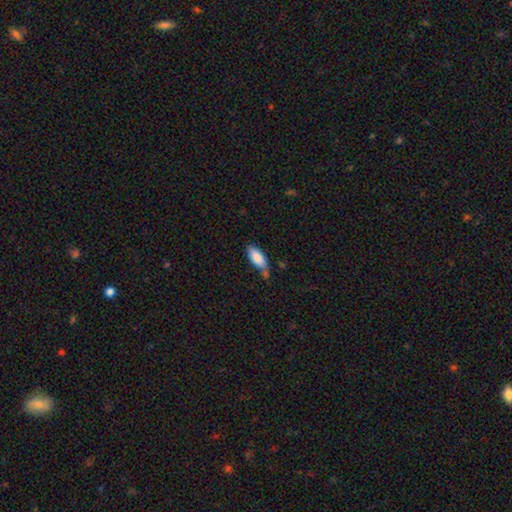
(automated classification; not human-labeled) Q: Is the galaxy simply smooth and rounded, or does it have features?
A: smooth — 83%.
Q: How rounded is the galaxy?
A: in between — 77%.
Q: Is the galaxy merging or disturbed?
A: none — 57%.